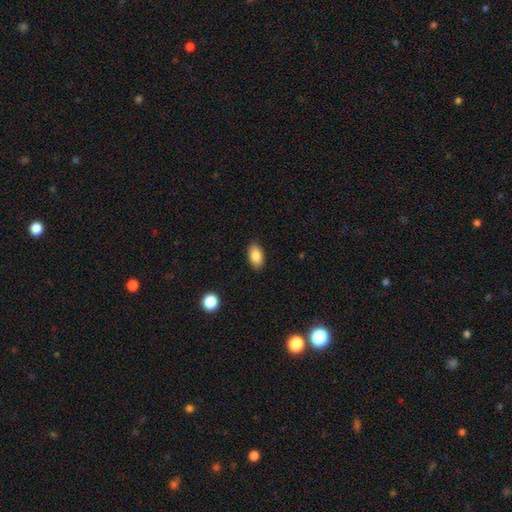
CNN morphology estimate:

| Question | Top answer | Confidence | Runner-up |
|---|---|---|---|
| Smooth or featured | smooth | 86% | star or artifact (8%) |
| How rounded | in between | 92% | round (5%) |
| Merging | none | 89% | minor disturbance (8%) |